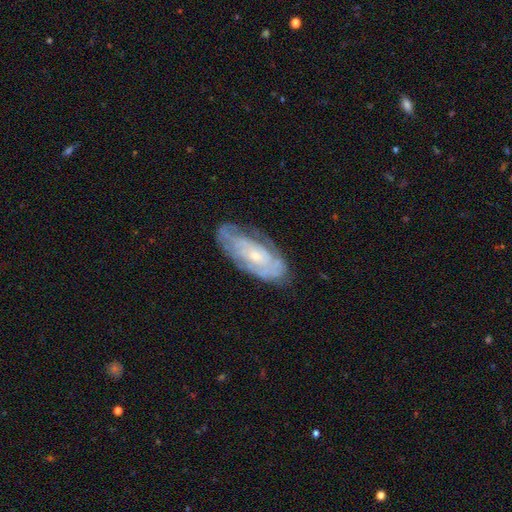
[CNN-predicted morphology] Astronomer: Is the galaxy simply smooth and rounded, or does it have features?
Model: featured or disk — 72%.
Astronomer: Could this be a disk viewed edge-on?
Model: no — 89%.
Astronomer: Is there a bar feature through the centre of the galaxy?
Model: no — 76%.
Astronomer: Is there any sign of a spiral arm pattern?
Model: yes — 78%.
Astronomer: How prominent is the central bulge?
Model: small — 69%.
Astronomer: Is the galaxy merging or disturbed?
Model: none — 69%.